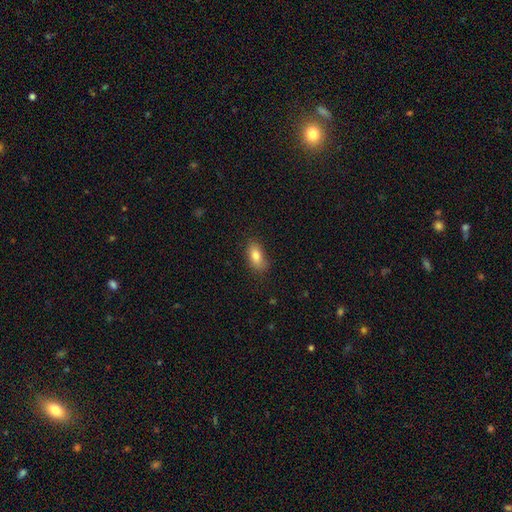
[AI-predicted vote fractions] Smooth or featured? Predicted: smooth (p=0.82). How rounded? Predicted: in between (p=0.89). Merging? Predicted: none (p=0.77).